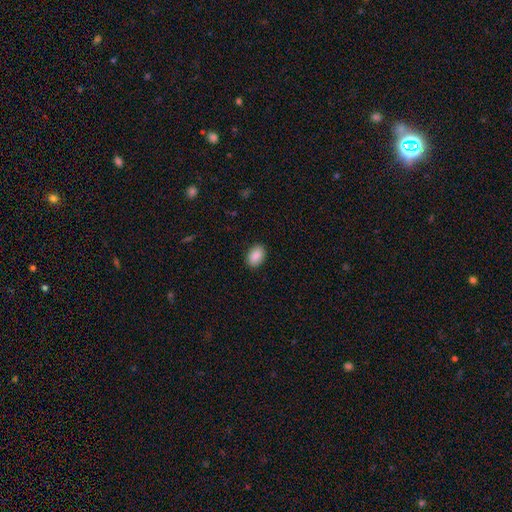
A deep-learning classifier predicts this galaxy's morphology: Q: Smooth or featured?
A: smooth (90%); runner-up: star or artifact (7%)
Q: How rounded?
A: in between (86%); runner-up: round (13%)
Q: Merging?
A: none (89%); runner-up: minor disturbance (8%)